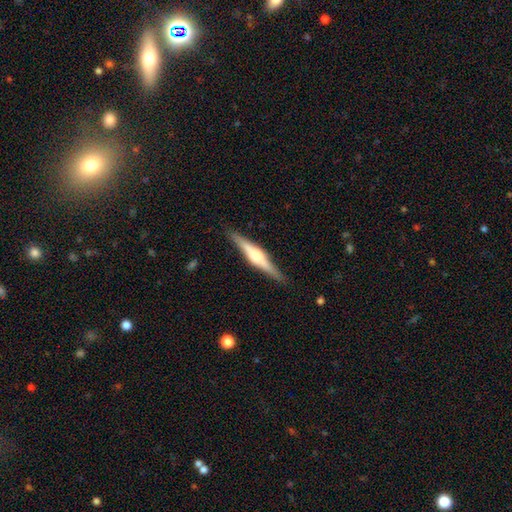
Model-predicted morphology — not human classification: Smooth or featured? featured or disk (72%)
Edge-on disk? yes (98%)
Edge-on bulge? rounded (84%)
Merging? none (90%)